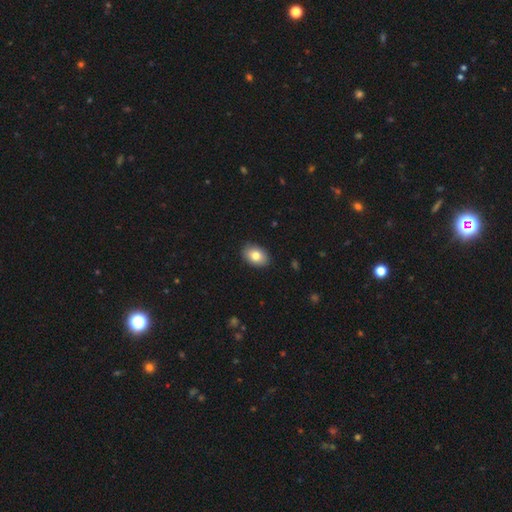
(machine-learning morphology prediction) Smooth or featured? smooth (81%)
How rounded? in between (82%)
Merging? none (89%)